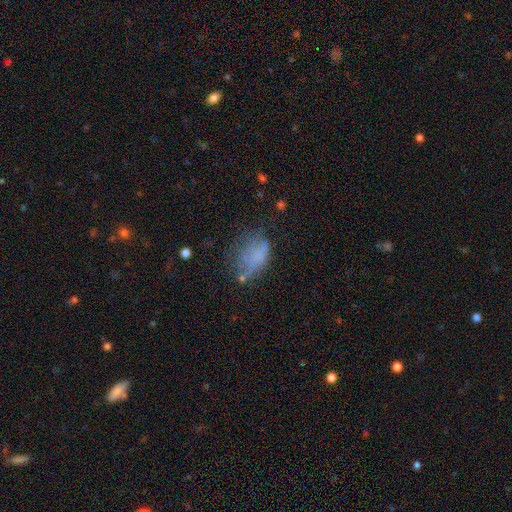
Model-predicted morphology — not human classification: type=smooth (54%); roundness=in between (84%); merging=none (34%).